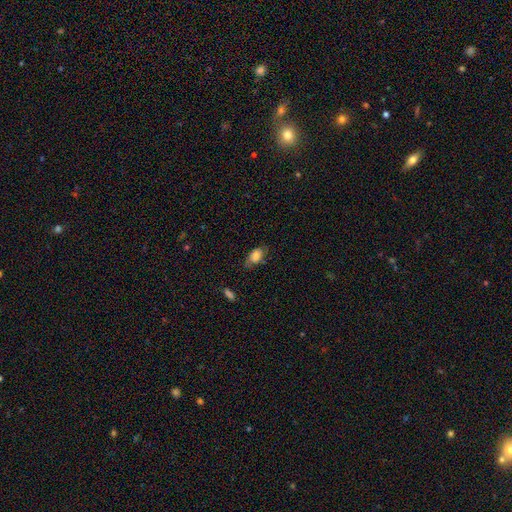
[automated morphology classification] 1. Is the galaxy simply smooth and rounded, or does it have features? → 77% smooth, 15% featured or disk, 8% star or artifact.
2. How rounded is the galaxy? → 90% in between, 6% round, 4% cigar-shaped.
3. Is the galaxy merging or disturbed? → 61% none, 28% minor disturbance, 9% major disturbance, 2% merger.